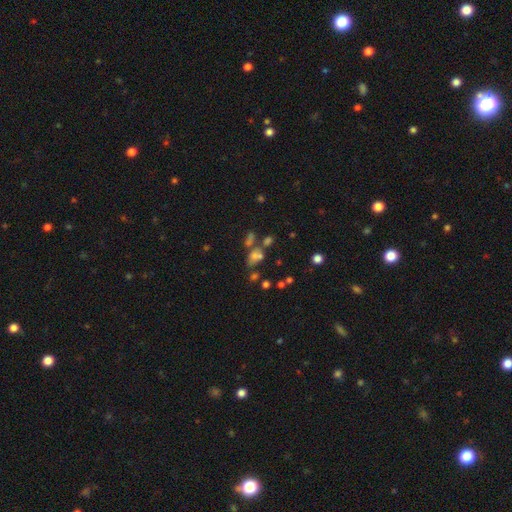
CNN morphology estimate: smooth 54%, featured or disk 23%, star or artifact 23%. Down the decision tree: how rounded — in between (68%); merging — merger (40%).